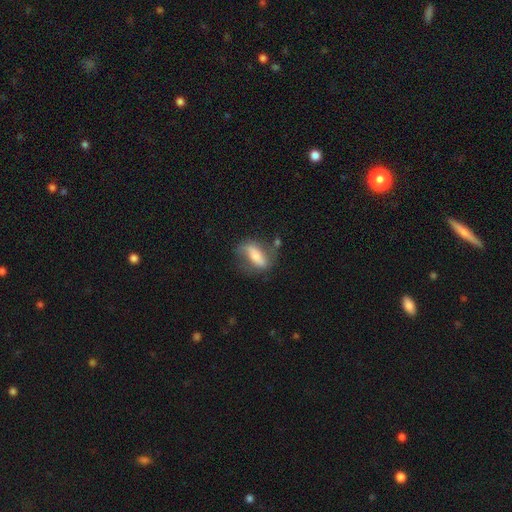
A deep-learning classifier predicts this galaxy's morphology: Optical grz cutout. It shows a featured or disk galaxy (53%). Merging: none (59%).